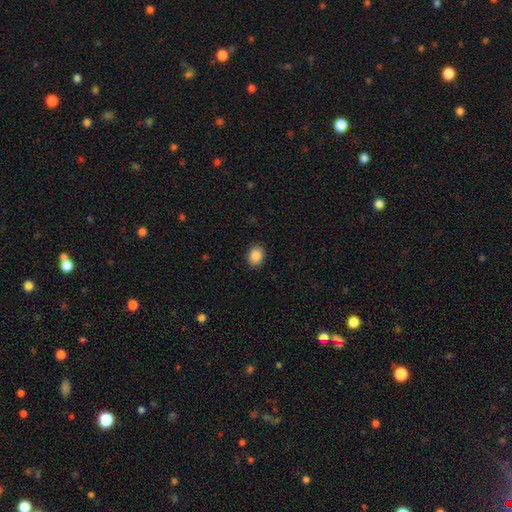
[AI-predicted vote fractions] smooth 88%, star or artifact 8%, featured or disk 4%. Down the decision tree: how rounded — round (52%); merging — none (90%).